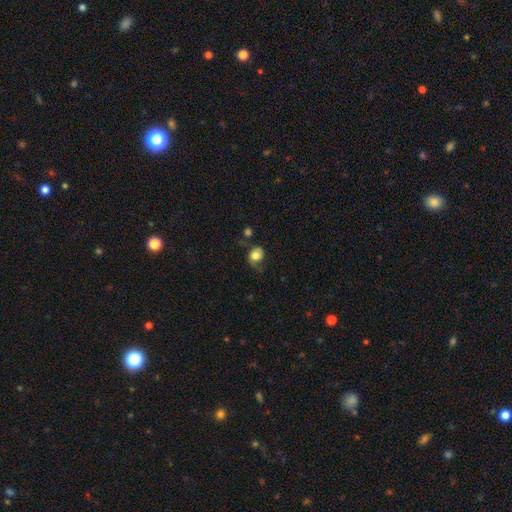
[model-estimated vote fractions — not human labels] The model was most divided on "merging": none: 45%, minor disturbance: 28%, major disturbance: 22%, merger: 6%. More confident: how rounded — round (68%); smooth or featured — smooth (66%).